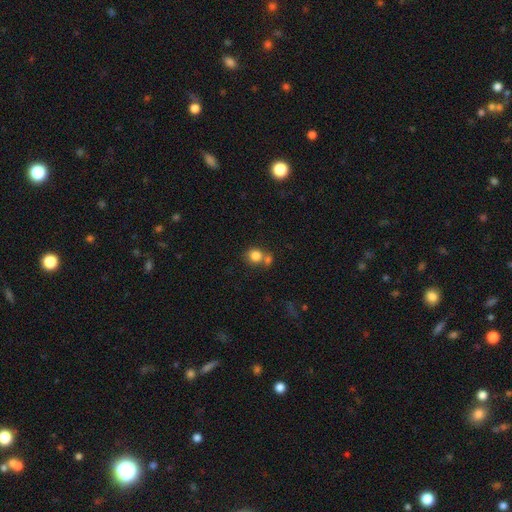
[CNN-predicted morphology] This is clearly a smooth galaxy (82%). How rounded: clearly round (80%). Merging: possibly none (51%).